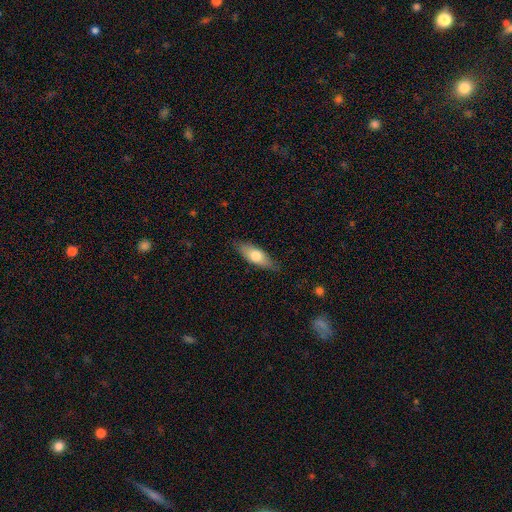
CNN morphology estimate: The model was most divided on "smooth or featured": smooth: 68%, featured or disk: 26%, star or artifact: 6%. More confident: merging — none (81%); how rounded — in between (71%).